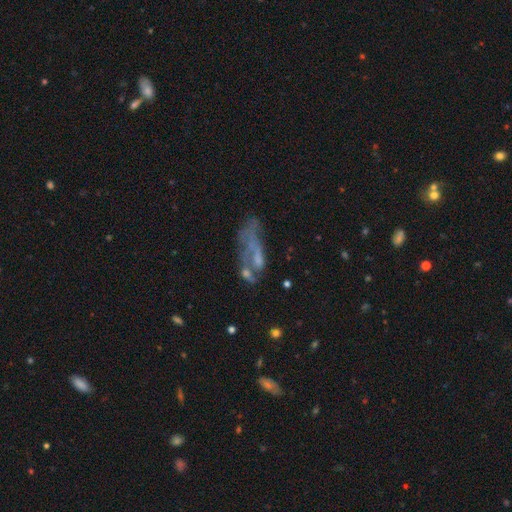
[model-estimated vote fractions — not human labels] This appears to be a featured or disk galaxy (51%). Merging: major disturbance (36%).